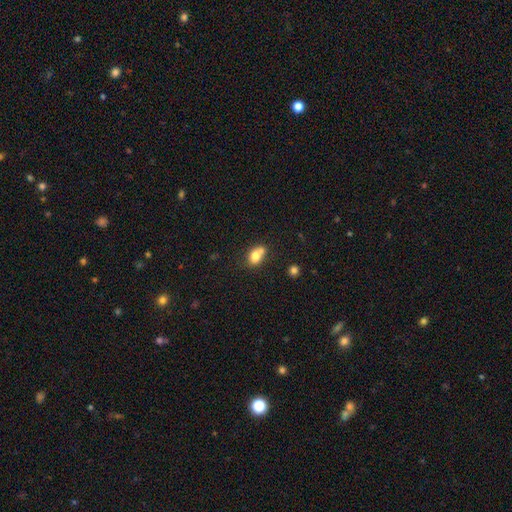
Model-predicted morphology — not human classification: smooth_or_featured: smooth (p=0.76) [alt: featured or disk p=0.14]
how_rounded: in between (p=0.59) [alt: round p=0.39]
merging: none (p=0.41) [alt: merger p=0.38]